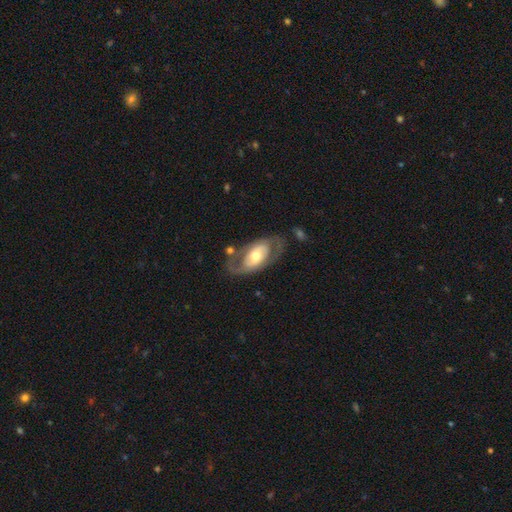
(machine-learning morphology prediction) Smooth or featured? Predicted: featured or disk (p=0.72). Edge-on disk? Predicted: no (p=0.93). Bar? Predicted: no (p=0.61). Spiral arms? Predicted: yes (p=0.70). Bulge size? Predicted: moderate (p=0.66). Merging? Predicted: none (p=0.62).